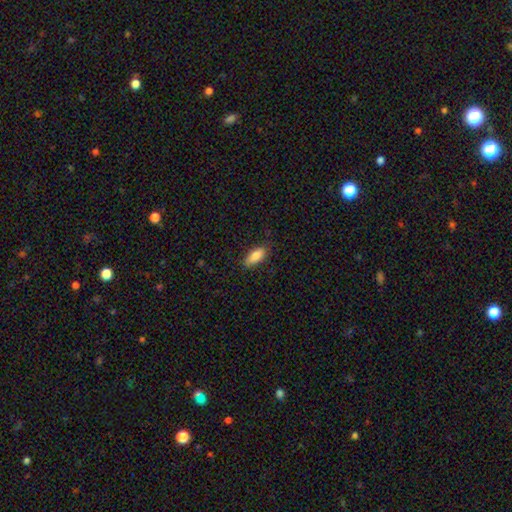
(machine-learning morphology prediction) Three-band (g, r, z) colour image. It shows a smooth galaxy with no disk features (83%) that is in between round and cigar-shaped (82%). Merging: none (83%).